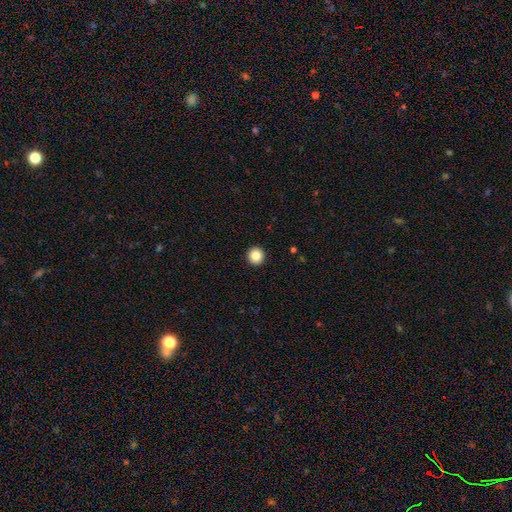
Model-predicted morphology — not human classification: Q: Smooth or featured?
A: smooth (85%); runner-up: star or artifact (10%)
Q: How rounded?
A: round (94%); runner-up: in between (5%)
Q: Merging?
A: none (94%); runner-up: minor disturbance (4%)